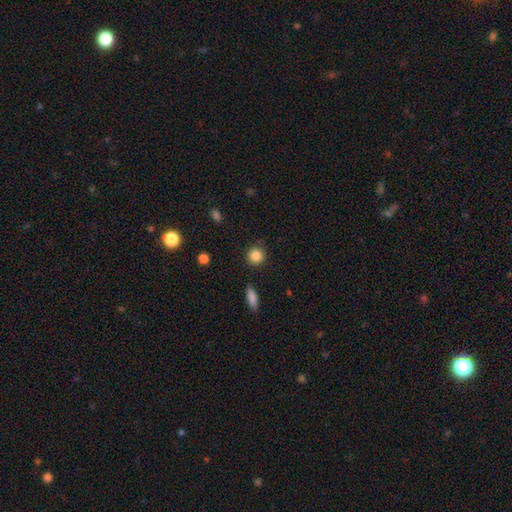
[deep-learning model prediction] Smooth or featured? smooth (86%)
How rounded? round (91%)
Merging? none (87%)